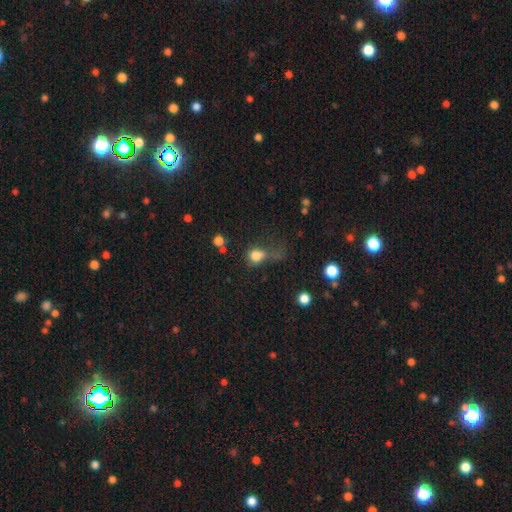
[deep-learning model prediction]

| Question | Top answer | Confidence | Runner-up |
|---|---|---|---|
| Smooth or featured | smooth | 77% | star or artifact (13%) |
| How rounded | round | 68% | in between (30%) |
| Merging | major disturbance | 36% | none (29%) |